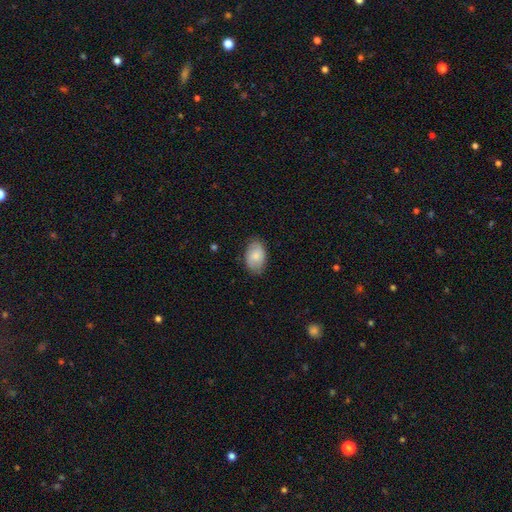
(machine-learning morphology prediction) Smooth or featured: smooth — 80% (featured or disk — 14%)
How rounded: in between — 90% (round — 9%)
Merging: none — 79% (minor disturbance — 17%)